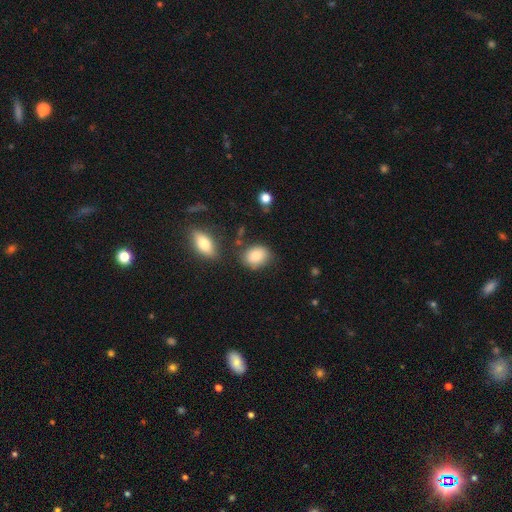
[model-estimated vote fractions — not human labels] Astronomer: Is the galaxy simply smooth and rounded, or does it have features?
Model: smooth — 83%.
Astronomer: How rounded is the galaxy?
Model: in between — 57% (runner-up: round, 42%).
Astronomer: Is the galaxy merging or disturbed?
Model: none — 73%.